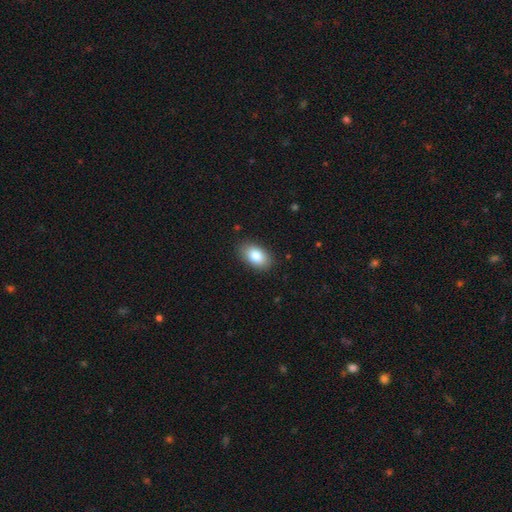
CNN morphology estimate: Smooth or featured?
  - smooth: 84% *
  - featured or disk: 9%
  - star or artifact: 7%
How rounded?
  - in between: 92% *
  - round: 7%
  - cigar-shaped: 1%
Merging?
  - none: 87% *
  - minor disturbance: 10%
  - major disturbance: 2%
  - merger: 1%